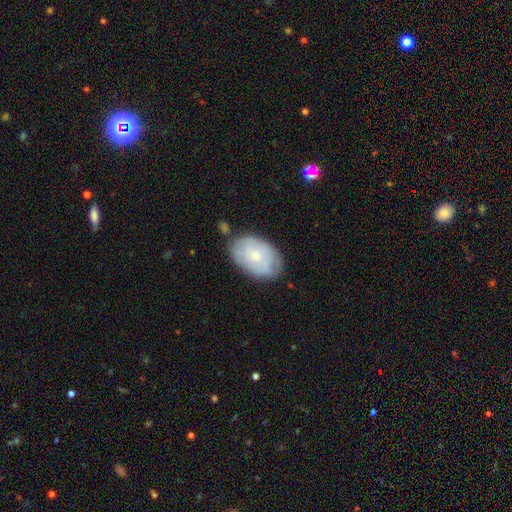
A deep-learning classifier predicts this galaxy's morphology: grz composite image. It shows a smooth galaxy with no disk features (56%) that is in between round and cigar-shaped (87%). Merging: none (73%).